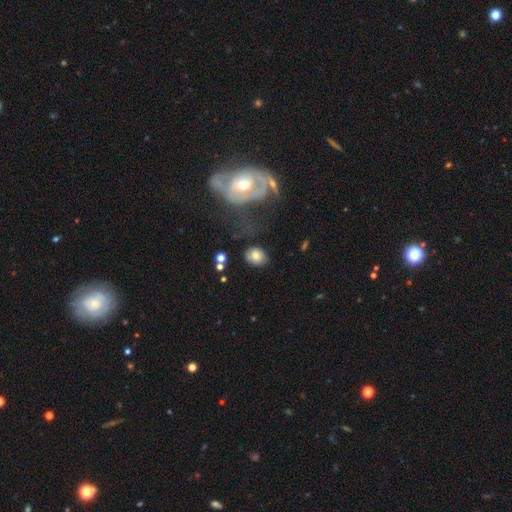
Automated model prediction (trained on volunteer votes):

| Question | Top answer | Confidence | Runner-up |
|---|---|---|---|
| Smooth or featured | smooth | 71% | featured or disk (19%) |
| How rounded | in between | 59% | round (40%) |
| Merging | none | 66% | minor disturbance (19%) |